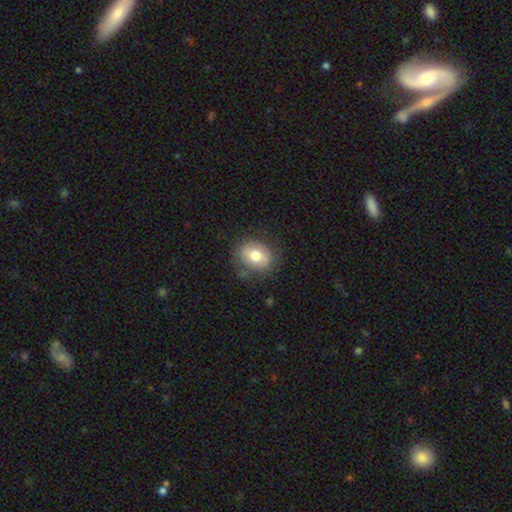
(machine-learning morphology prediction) This is likely a smooth galaxy (73%). How rounded: possibly round (52%). Merging: likely none (79%).